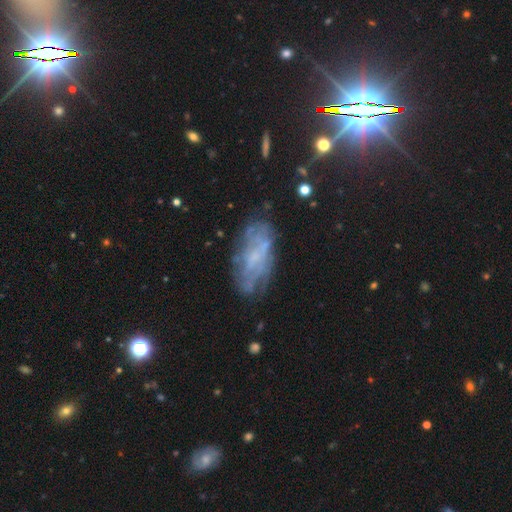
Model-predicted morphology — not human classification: Smooth or featured?
  - featured or disk: 58% *
  - smooth: 28%
  - star or artifact: 14%
Edge-on disk?
  - no: 89% *
  - yes: 11%
Bar?
  - no: 61% *
  - weak: 30%
  - strong: 9%
Spiral arms?
  - no: 51% *
  - yes: 49%
Bulge size?
  - none: 48% *
  - small: 33%
  - moderate: 15%
  - large: 2%
  - dominant: 1%
Merging?
  - none: 65% *
  - minor disturbance: 21%
  - major disturbance: 11%
  - merger: 3%